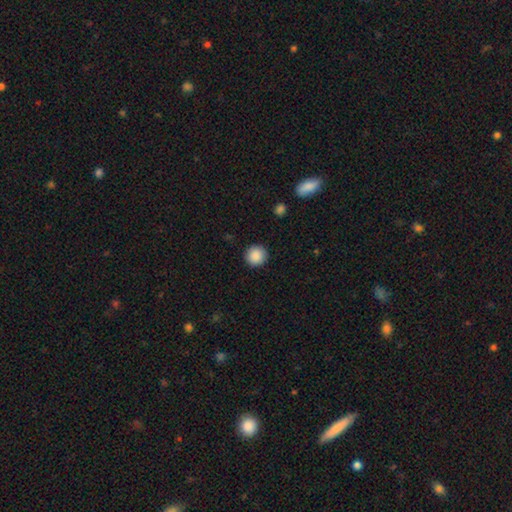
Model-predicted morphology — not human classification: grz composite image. It shows a smooth galaxy with no disk features (89%) that is round (95%). Merging: none (91%).